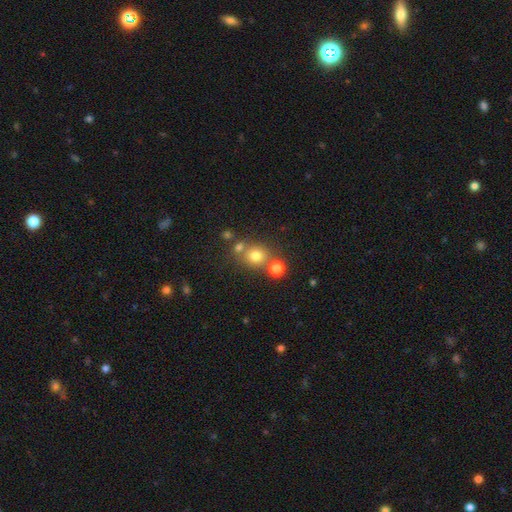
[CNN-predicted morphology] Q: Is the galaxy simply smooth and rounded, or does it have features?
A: smooth — 73%.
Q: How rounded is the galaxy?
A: round — 80%.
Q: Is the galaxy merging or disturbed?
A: none — 61%.